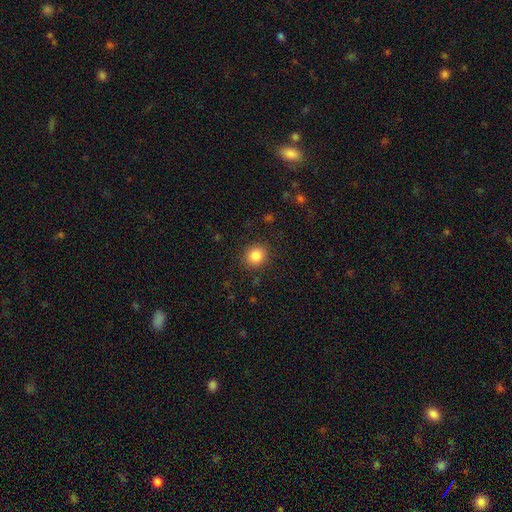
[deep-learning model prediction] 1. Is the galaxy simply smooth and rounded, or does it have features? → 85% smooth, 10% star or artifact, 5% featured or disk.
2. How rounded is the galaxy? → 79% round, 20% in between, 1% cigar-shaped.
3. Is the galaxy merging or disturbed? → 88% none, 8% minor disturbance, 3% major disturbance, 1% merger.